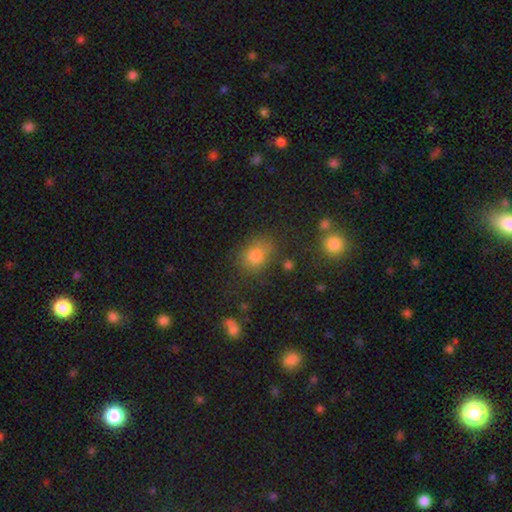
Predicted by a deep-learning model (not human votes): Smooth or featured: smooth — 79% (star or artifact — 13%)
How rounded: in between — 55% (round — 44%)
Merging: none — 66% (minor disturbance — 20%)